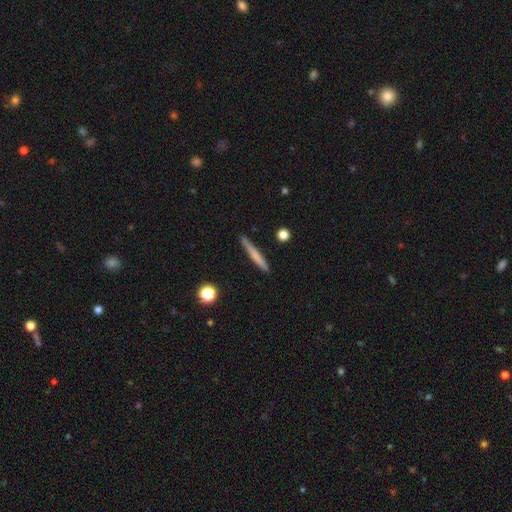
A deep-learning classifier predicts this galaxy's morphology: smooth_or_featured: smooth (p=0.64) [alt: featured or disk p=0.29]
how_rounded: cigar-shaped (p=0.96) [alt: in between p=0.03]
merging: none (p=0.89) [alt: minor disturbance p=0.08]